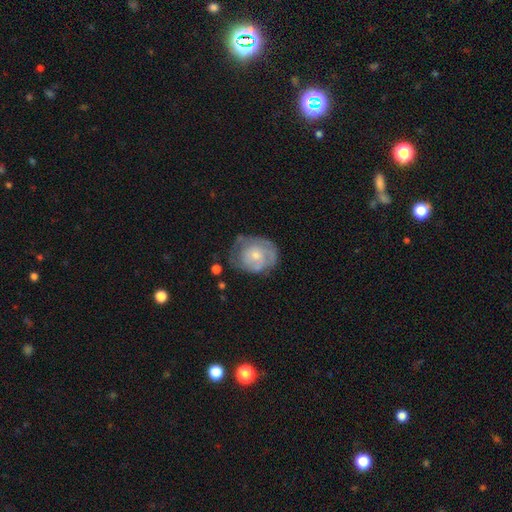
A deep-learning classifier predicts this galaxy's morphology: A featured or disk galaxy (56%) with no bar (84%), spiral arms (61%) and a small central bulge (60%).

Vote fractions:
- Smooth or featured? featured or disk: 56% / smooth: 38% / star or artifact: 6%
- Edge-on disk? no: 97% / yes: 3%
- Bar? no: 84% / weak: 14% / strong: 2%
- Spiral arms? yes: 61% / no: 39%
- Bulge size? small: 60% / moderate: 34% / none: 3% / large: 2% / dominant: 1%
- Merging? none: 49% / minor disturbance: 31% / major disturbance: 17% / merger: 3%